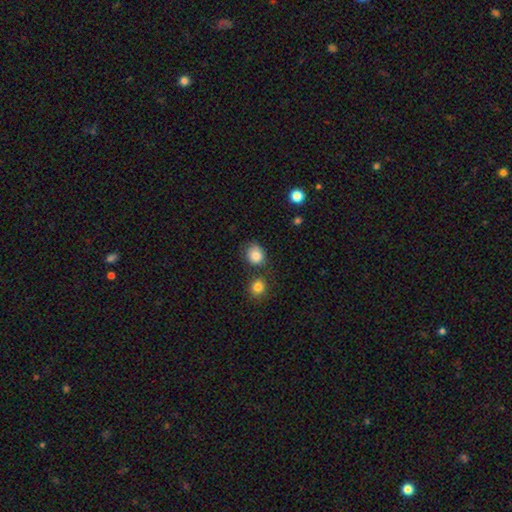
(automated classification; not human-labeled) Smooth or featured? Predicted: smooth (p=0.85). How rounded? Predicted: round (p=0.76). Merging? Predicted: none (p=0.70).